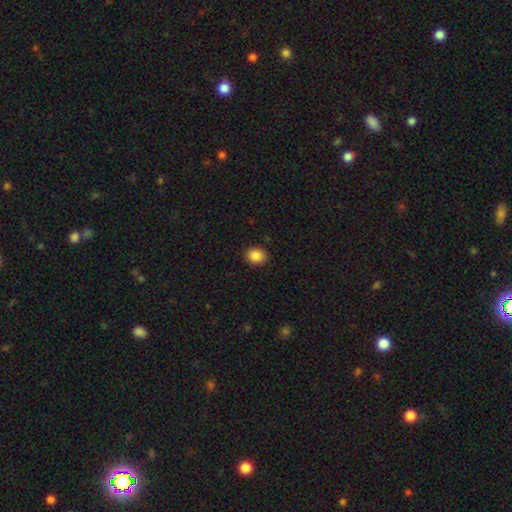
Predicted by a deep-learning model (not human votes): Smooth or featured? smooth (87%)
How rounded? round (56%)
Merging? none (90%)